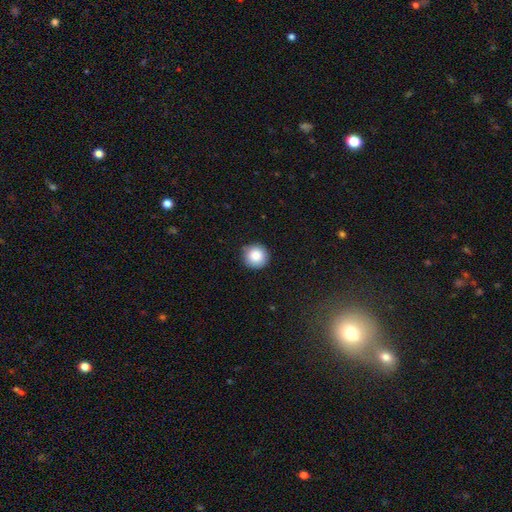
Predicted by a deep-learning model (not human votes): smooth-or-featured: smooth: 86% | star or artifact: 9% | featured or disk: 5%
  how-rounded: round: 96% | in between: 4% | cigar-shaped: 1%
  merging: none: 88% | minor disturbance: 9% | major disturbance: 2% | merger: 1%